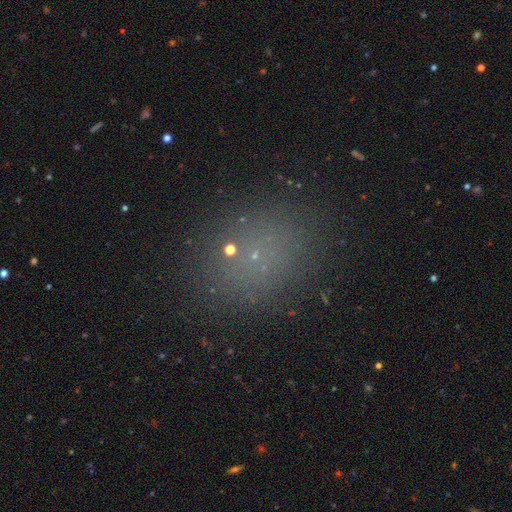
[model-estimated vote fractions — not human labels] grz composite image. It shows a smooth galaxy with no disk features (59%) that is round (57%). Merging: none (83%).